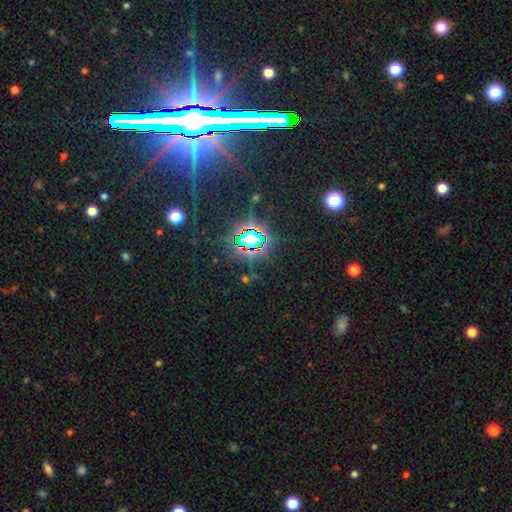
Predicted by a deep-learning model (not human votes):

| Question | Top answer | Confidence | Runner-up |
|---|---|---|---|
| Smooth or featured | star or artifact | 78% | featured or disk (13%) |